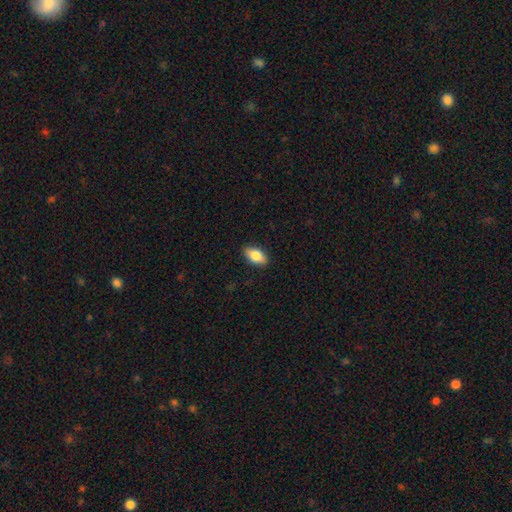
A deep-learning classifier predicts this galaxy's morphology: A smooth galaxy with no disk features (80%) that is in between round and cigar-shaped (90%).

Vote fractions:
- Smooth or featured? smooth: 80% / featured or disk: 13% / star or artifact: 7%
- How rounded? in between: 90% / cigar-shaped: 6% / round: 4%
- Merging? none: 89% / minor disturbance: 8% / major disturbance: 2% / merger: 1%